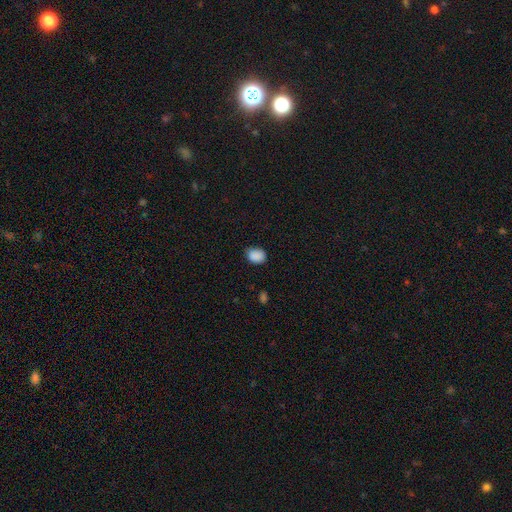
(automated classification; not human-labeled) Smooth or featured: smooth — 89% (star or artifact — 8%)
How rounded: in between — 65% (round — 34%)
Merging: none — 77% (minor disturbance — 19%)